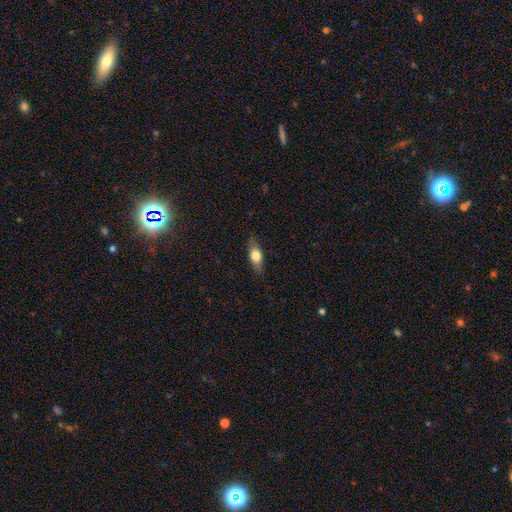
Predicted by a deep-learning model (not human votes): smooth 63%, featured or disk 30%, star or artifact 7%. Down the decision tree: how rounded — in between (66%); merging — none (83%).